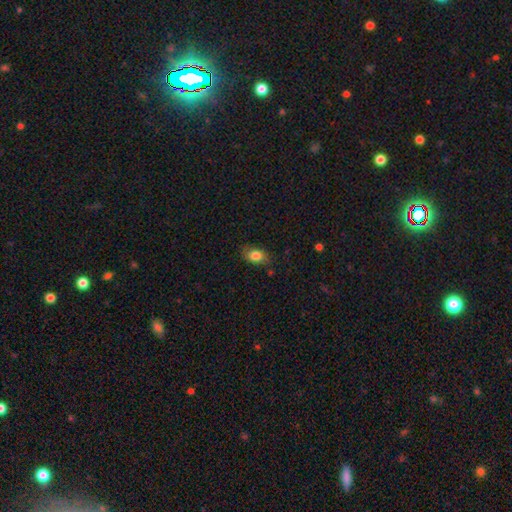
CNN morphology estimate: Smooth or featured? smooth (83%)
How rounded? in between (82%)
Merging? none (77%)